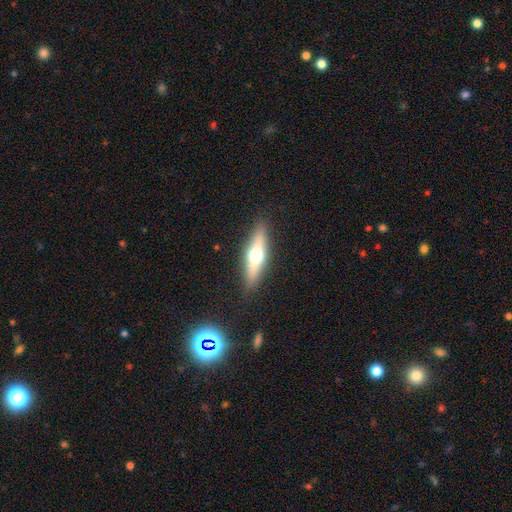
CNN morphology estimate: A featured or disk galaxy (50%).

Vote fractions:
- Smooth or featured? featured or disk: 50% / smooth: 43% / star or artifact: 7%
- Merging? none: 88% / minor disturbance: 9% / major disturbance: 2% / merger: 1%